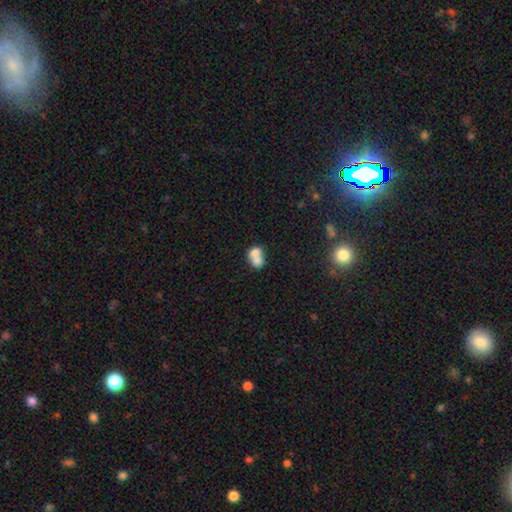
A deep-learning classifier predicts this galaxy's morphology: The model was most divided on "how rounded": in between: 51%, round: 47%, cigar-shaped: 1%. More confident: merging — merger (71%); smooth or featured — smooth (71%).